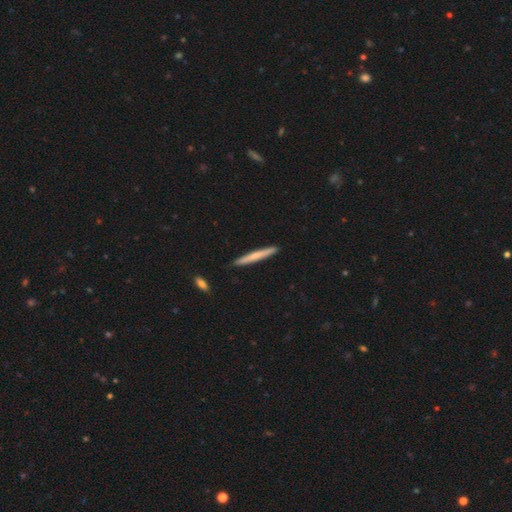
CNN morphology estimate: A smooth galaxy with no disk features (63%) that is cigar-shaped (96%).

Vote fractions:
- Smooth or featured? smooth: 63% / featured or disk: 32% / star or artifact: 5%
- How rounded? cigar-shaped: 96% / in between: 2% / round: 1%
- Merging? none: 91% / minor disturbance: 6% / merger: 1% / major disturbance: 1%